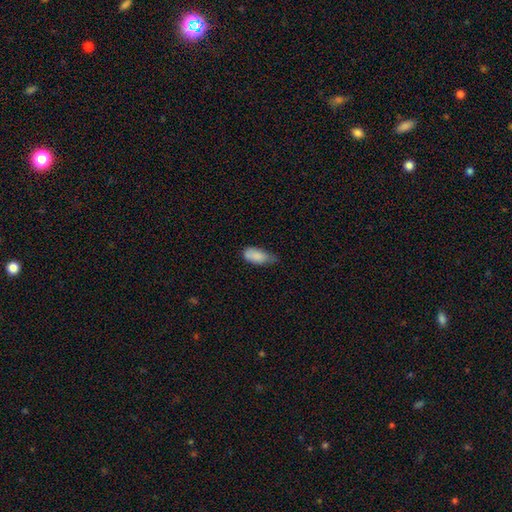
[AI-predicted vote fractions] This appears to be a smooth galaxy with no disk features (85%) that is in between round and cigar-shaped (89%). Merging: minor disturbance (52%).